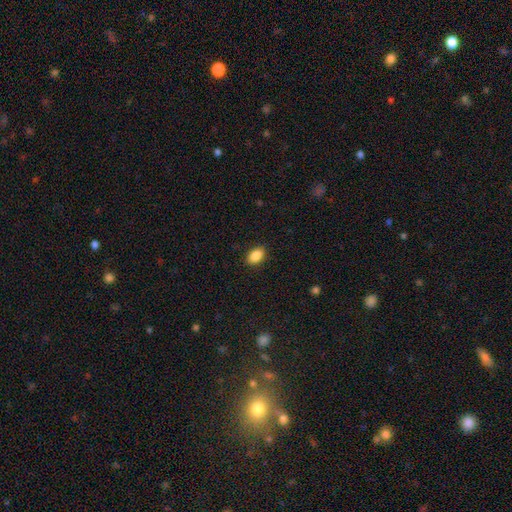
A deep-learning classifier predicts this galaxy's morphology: Overall: smooth (88%). How rounded: in between (87%). Merging: none (89%).